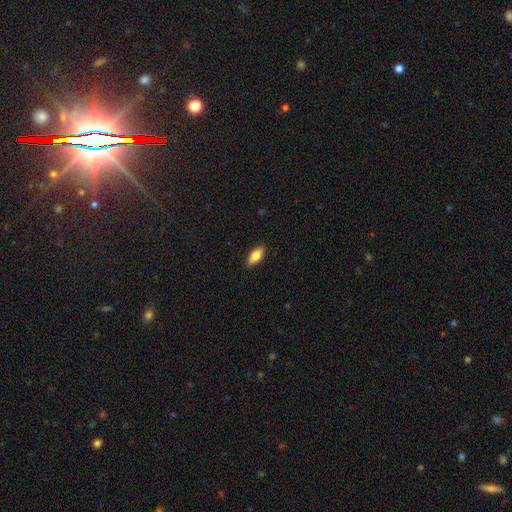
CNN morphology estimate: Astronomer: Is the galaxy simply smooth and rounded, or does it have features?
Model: smooth — 76%.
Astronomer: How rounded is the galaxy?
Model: in between — 79%.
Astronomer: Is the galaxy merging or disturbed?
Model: none — 89%.